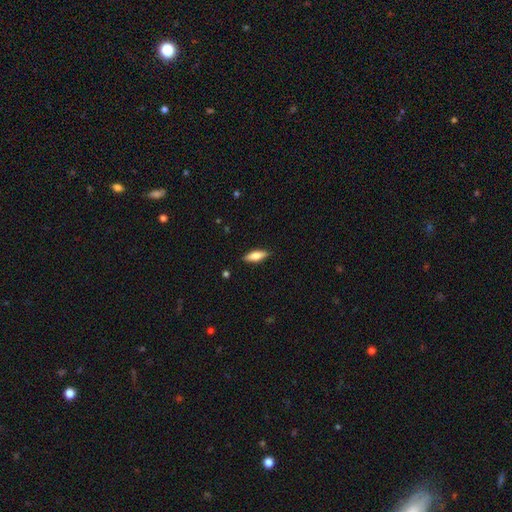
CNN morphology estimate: Smooth or featured? smooth (70%)
How rounded? in between (60%)
Merging? none (88%)